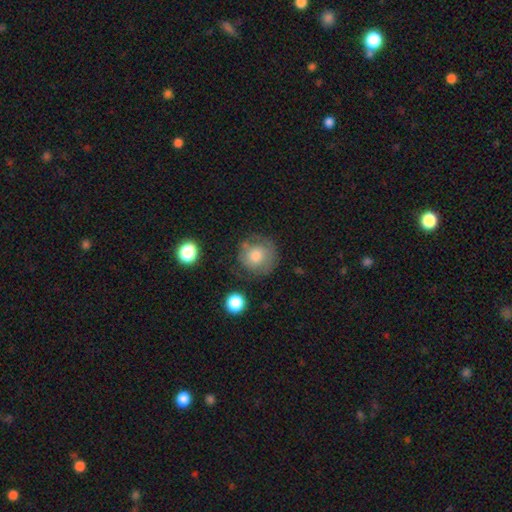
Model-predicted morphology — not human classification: Smooth or featured: smooth — 69% (featured or disk — 22%)
How rounded: round — 91% (in between — 8%)
Merging: none — 67% (minor disturbance — 21%)